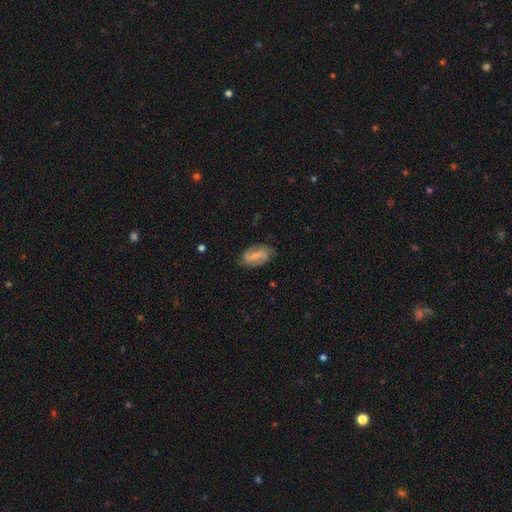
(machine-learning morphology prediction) This is likely a featured or disk galaxy (71%). It is clearly not viewed edge-on (96%). Bar: possibly weak (47%). Spiral arm pattern: clearly yes (91%). Spiral arm count: clearly 2 (87%). Spiral winding: marginally medium (41%). Central bulge: possibly small (56%). Merging: likely none (77%).